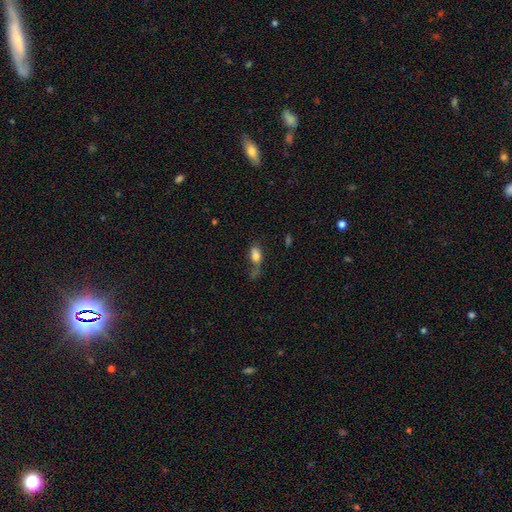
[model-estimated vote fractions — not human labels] A smooth galaxy with no disk features (74%) that is in between round and cigar-shaped (84%).

Vote fractions:
- Smooth or featured? smooth: 74% / featured or disk: 16% / star or artifact: 10%
- How rounded? in between: 84% / round: 10% / cigar-shaped: 6%
- Merging? none: 33% / major disturbance: 32% / minor disturbance: 23% / merger: 12%